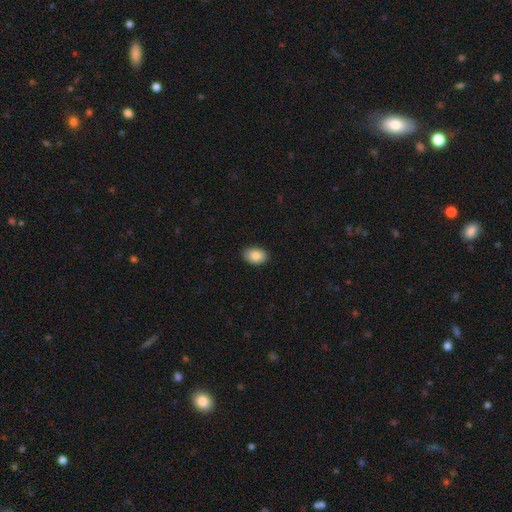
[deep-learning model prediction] smooth 88%, star or artifact 7%, featured or disk 5%. Down the decision tree: how rounded — in between (85%); merging — none (88%).